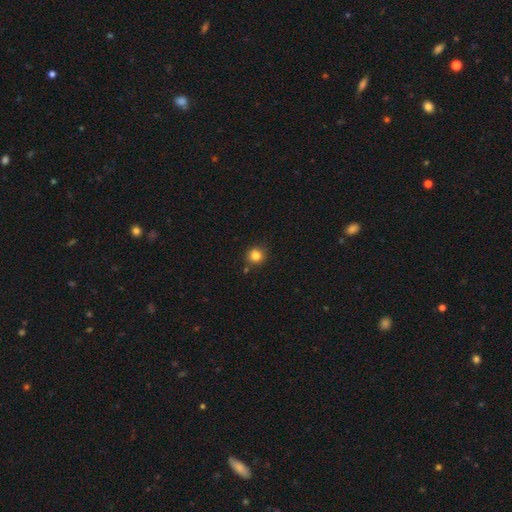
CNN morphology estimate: Q: Smooth or featured?
A: smooth (83%); runner-up: star or artifact (12%)
Q: How rounded?
A: round (89%); runner-up: in between (10%)
Q: Merging?
A: none (82%); runner-up: minor disturbance (11%)